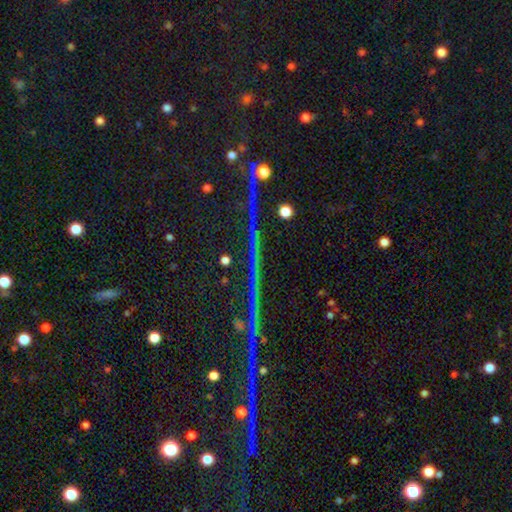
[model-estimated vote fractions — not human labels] This is clearly a star or artifact rather than a galaxy (83%).